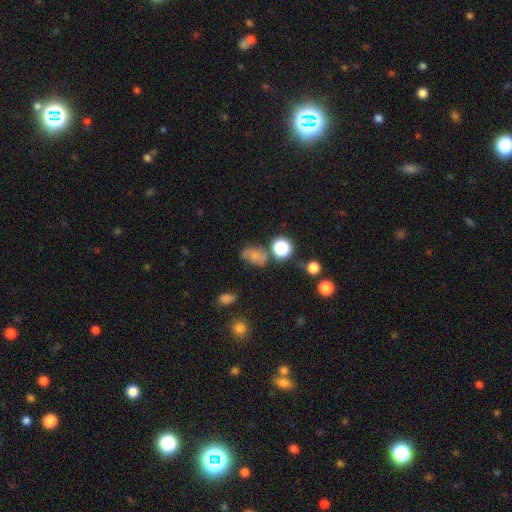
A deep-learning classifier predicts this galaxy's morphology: Smooth or featured: smooth — 61% (featured or disk — 20%)
How rounded: in between — 69% (round — 30%)
Merging: none — 48% (minor disturbance — 29%)